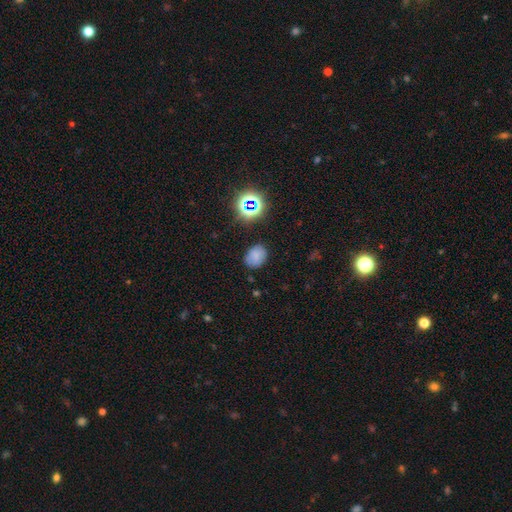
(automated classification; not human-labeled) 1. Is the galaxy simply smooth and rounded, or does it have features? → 73% smooth, 18% star or artifact, 9% featured or disk.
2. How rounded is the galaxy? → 56% in between, 43% round, 1% cigar-shaped.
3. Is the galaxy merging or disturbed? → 79% none, 15% minor disturbance, 4% major disturbance, 2% merger.